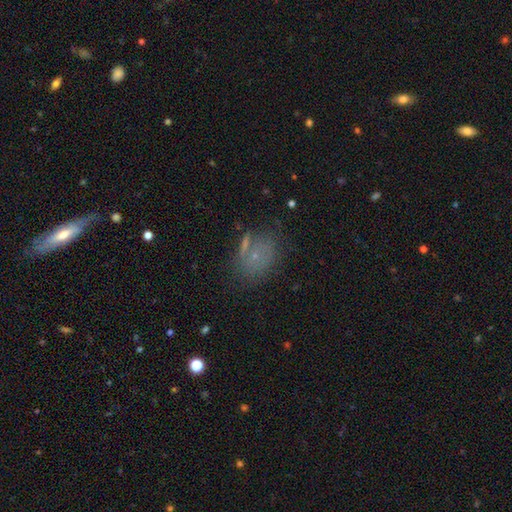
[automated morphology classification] A smooth galaxy with no disk features (51%) that is round (50%). Merging: none (59%).